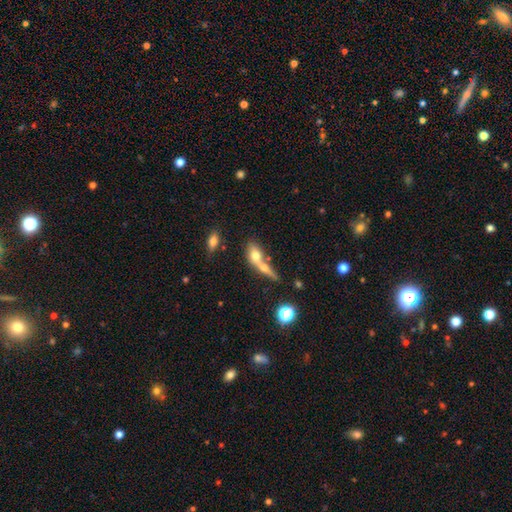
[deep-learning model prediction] Morphology: type=smooth (62%); roundness=in between (59%); merging=merger (62%).